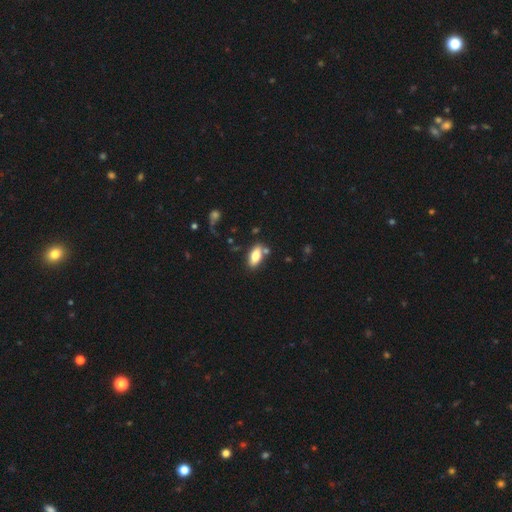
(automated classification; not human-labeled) Smooth or featured?
  - smooth: 79% *
  - featured or disk: 15%
  - star or artifact: 7%
How rounded?
  - in between: 87% *
  - cigar-shaped: 10%
  - round: 3%
Merging?
  - none: 75% *
  - minor disturbance: 13%
  - merger: 9%
  - major disturbance: 3%